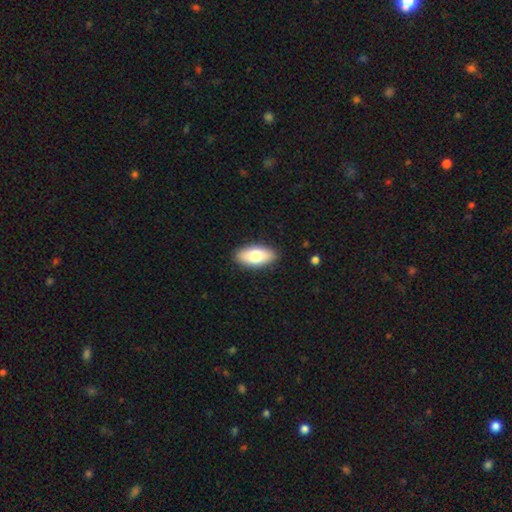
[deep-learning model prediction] smooth_or_featured: smooth (p=0.76) [alt: featured or disk p=0.18]
how_rounded: in between (p=0.90) [alt: cigar-shaped p=0.07]
merging: none (p=0.89) [alt: minor disturbance p=0.08]